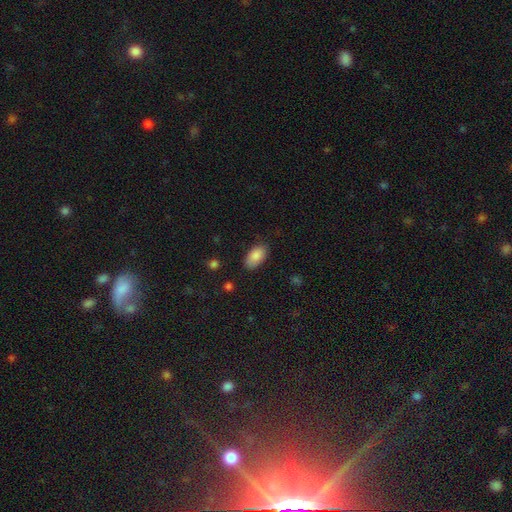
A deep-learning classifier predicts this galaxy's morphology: Smooth or featured? Predicted: smooth (p=0.87). How rounded? Predicted: in between (p=0.94). Merging? Predicted: none (p=0.82).